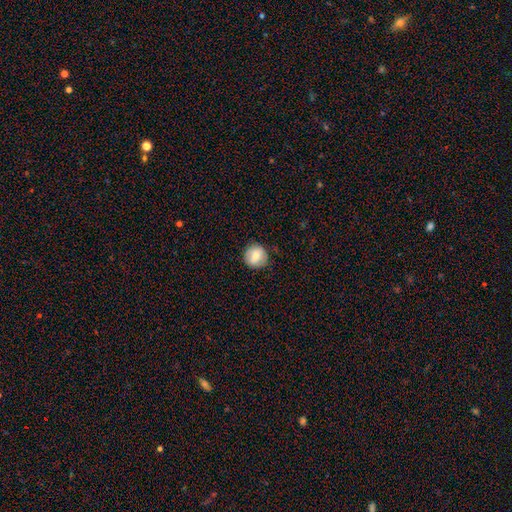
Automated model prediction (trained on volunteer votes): Overall: smooth (72%). How rounded: round (91%). Merging: none (84%).